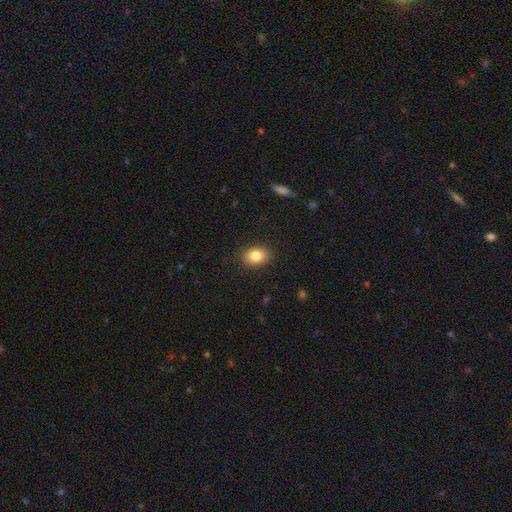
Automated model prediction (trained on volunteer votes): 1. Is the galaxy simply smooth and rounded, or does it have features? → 84% smooth, 9% star or artifact, 7% featured or disk.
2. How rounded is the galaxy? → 69% in between, 30% round, 1% cigar-shaped.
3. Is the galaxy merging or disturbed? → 87% none, 10% minor disturbance, 2% major disturbance, 1% merger.